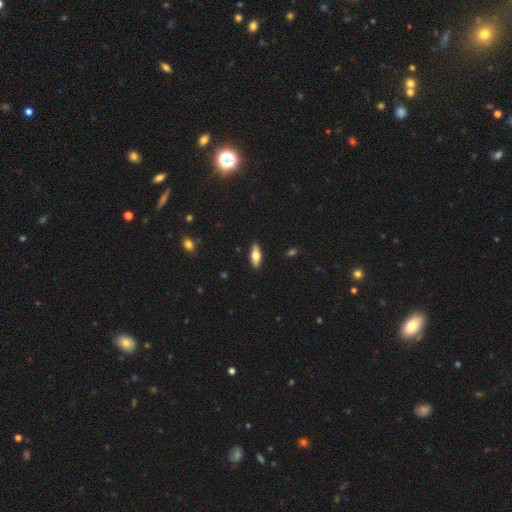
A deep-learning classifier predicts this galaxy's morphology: Smooth or featured: smooth — 60% (featured or disk — 34%)
How rounded: in between — 63% (cigar-shaped — 35%)
Merging: none — 89% (minor disturbance — 8%)